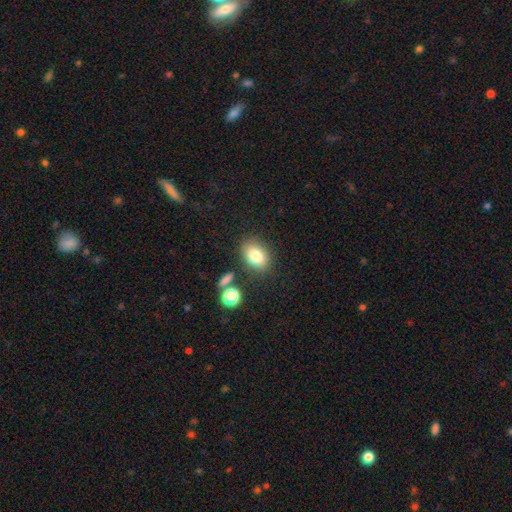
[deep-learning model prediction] smooth_or_featured: smooth (p=0.81) [alt: star or artifact p=0.10]
how_rounded: in between (p=0.76) [alt: round p=0.22]
merging: none (p=0.78) [alt: minor disturbance p=0.12]